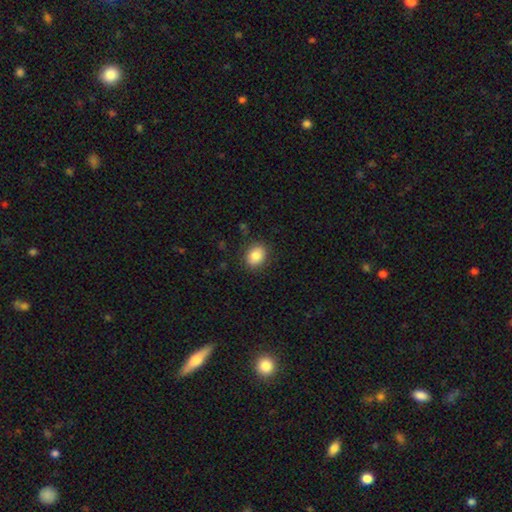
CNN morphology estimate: Smooth or featured? smooth (84%)
How rounded? round (53%)
Merging? none (85%)